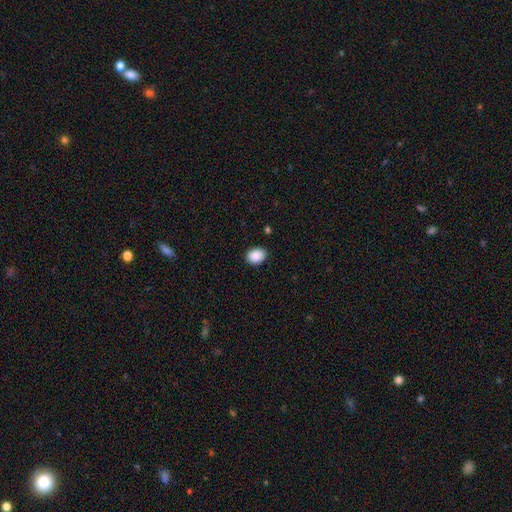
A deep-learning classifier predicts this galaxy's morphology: Overall: smooth (89%). How rounded: in between (57%; round 42%). Merging: none (88%).